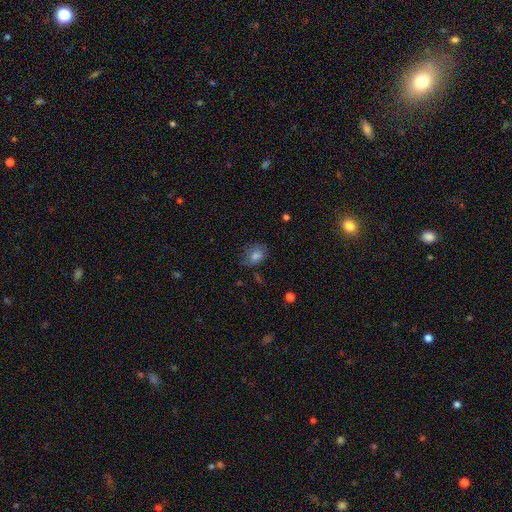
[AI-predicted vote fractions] Q: Smooth or featured?
A: smooth (77%); runner-up: featured or disk (12%)
Q: How rounded?
A: in between (69%); runner-up: round (30%)
Q: Merging?
A: none (62%); runner-up: minor disturbance (28%)